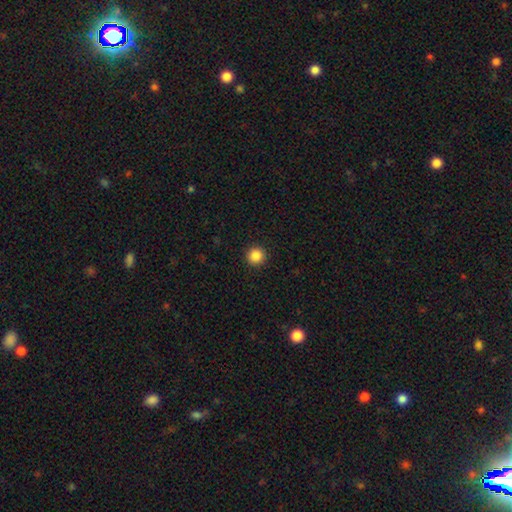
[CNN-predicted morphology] This appears to be a smooth galaxy with no disk features (86%) that is round (95%). Merging: none (93%).